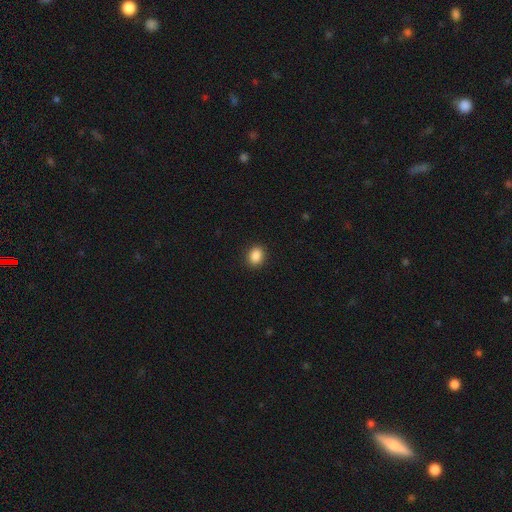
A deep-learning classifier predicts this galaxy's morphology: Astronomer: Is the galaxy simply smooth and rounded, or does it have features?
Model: smooth — 88%.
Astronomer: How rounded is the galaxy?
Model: in between — 51% (runner-up: round, 48%).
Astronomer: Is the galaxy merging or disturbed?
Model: none — 91%.